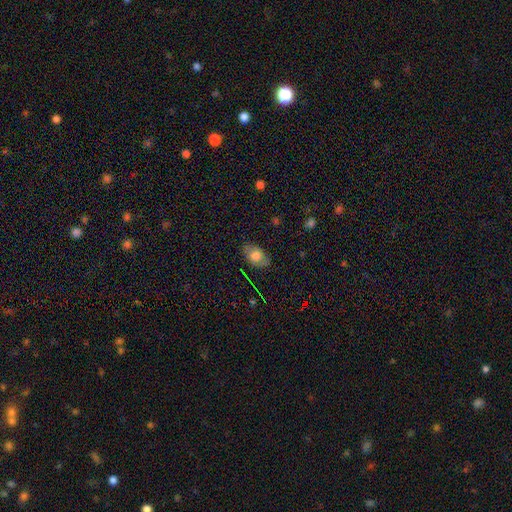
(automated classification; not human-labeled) Q: Smooth or featured?
A: smooth (71%); runner-up: featured or disk (19%)
Q: How rounded?
A: in between (87%); runner-up: round (11%)
Q: Merging?
A: none (78%); runner-up: minor disturbance (16%)